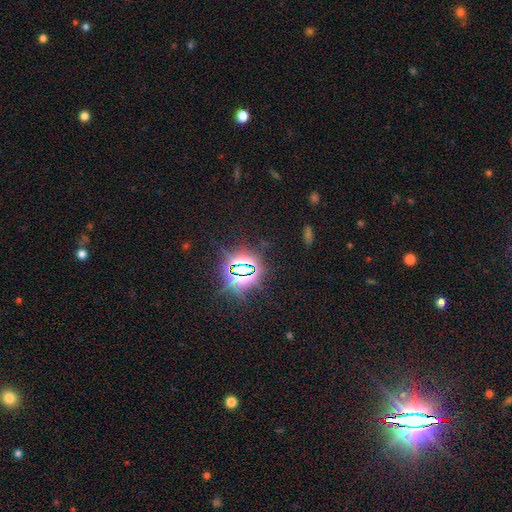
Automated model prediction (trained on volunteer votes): Q: Smooth or featured?
A: star or artifact (81%); runner-up: smooth (11%)